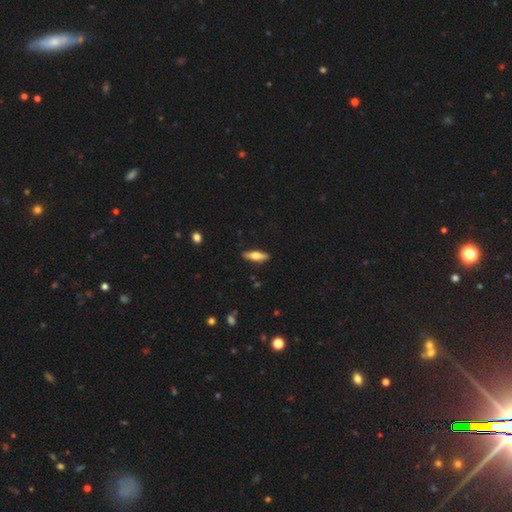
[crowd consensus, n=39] A smooth galaxy with no disk features (56%) that is in between round and cigar-shaped (50%, tied with cigar-shaped). Merging: none (89%).